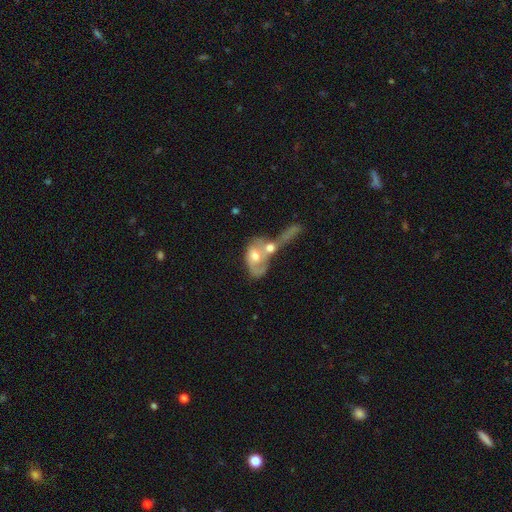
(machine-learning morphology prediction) smooth-or-featured: featured or disk: 54% | smooth: 39% | star or artifact: 7%
  disk-edge-on: no: 90% | yes: 10%
  merging: merger: 72% | major disturbance: 11% | none: 10% | minor disturbance: 6%